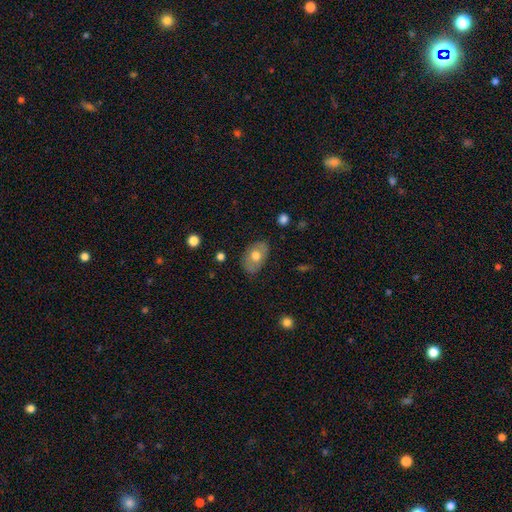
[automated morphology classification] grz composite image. It shows a smooth galaxy with no disk features (62%) that is in between round and cigar-shaped (87%). Merging: none (78%).